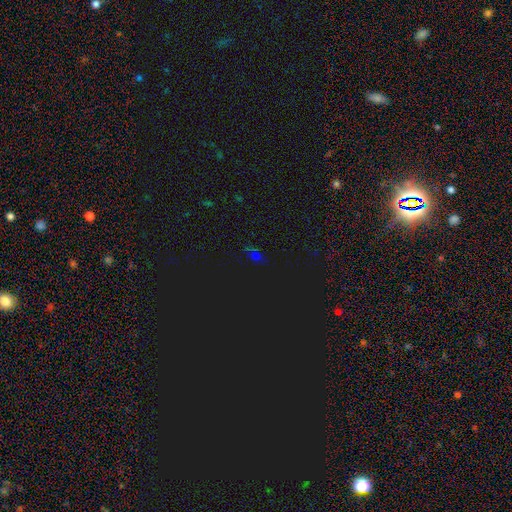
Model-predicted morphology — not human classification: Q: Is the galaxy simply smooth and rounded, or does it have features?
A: star or artifact — 60%.